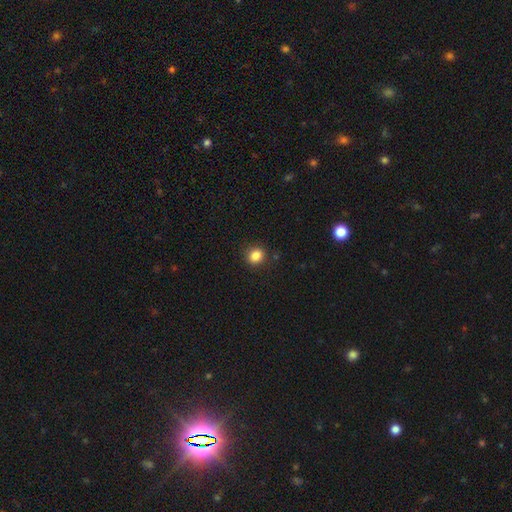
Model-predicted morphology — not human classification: smooth_or_featured: smooth (p=0.84) [alt: star or artifact p=0.11]
how_rounded: round (p=0.77) [alt: in between p=0.23]
merging: none (p=0.89) [alt: minor disturbance p=0.07]